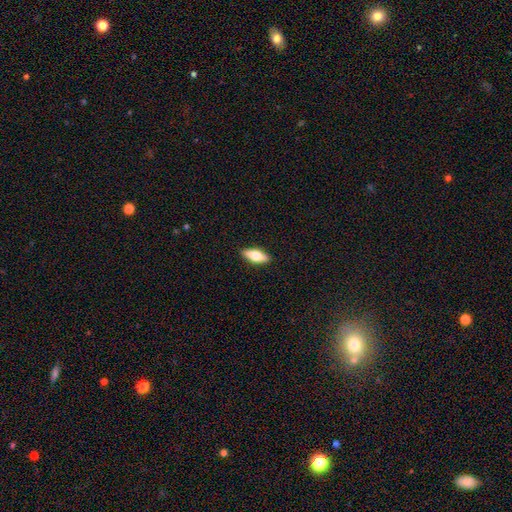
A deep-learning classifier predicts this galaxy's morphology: A smooth galaxy with no disk features (64%) that is in between round and cigar-shaped (66%). Merging: none (89%).